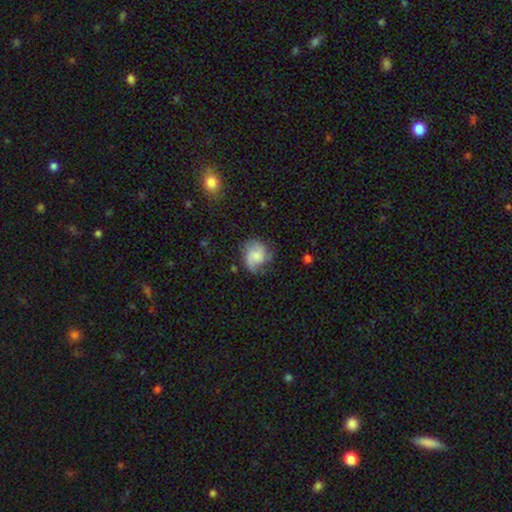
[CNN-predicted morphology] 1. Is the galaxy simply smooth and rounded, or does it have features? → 46% smooth, 45% featured or disk, 9% star or artifact.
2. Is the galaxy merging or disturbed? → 56% none, 27% minor disturbance, 15% major disturbance, 2% merger.